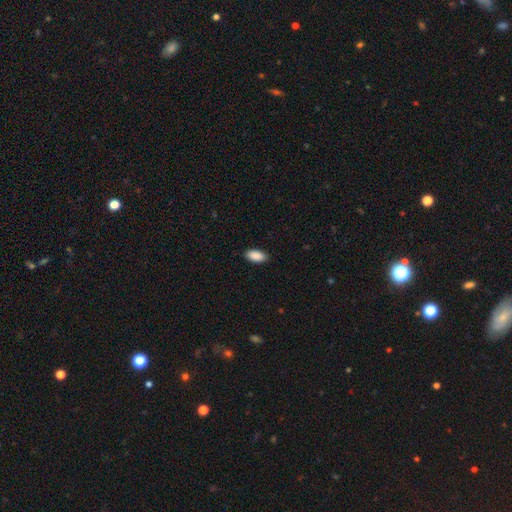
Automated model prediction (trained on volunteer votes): Smooth or featured? Predicted: smooth (p=0.90). How rounded? Predicted: in between (p=0.94). Merging? Predicted: none (p=0.88).